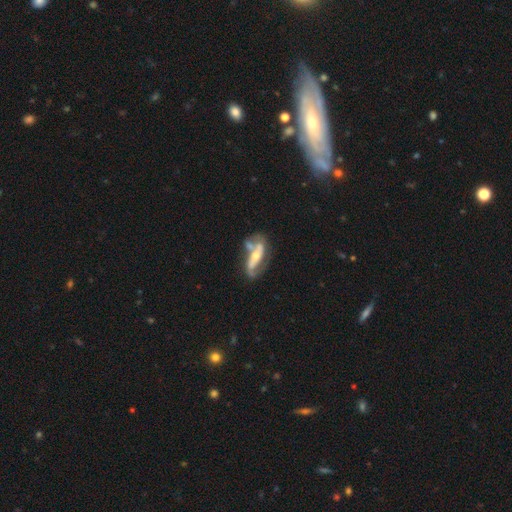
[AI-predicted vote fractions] A featured or disk galaxy (77%) with no bar (39%), 2 (81%) loose (50%) spiral arms (78%) and a moderate central bulge (56%).

Vote fractions:
- Smooth or featured? featured or disk: 77% / smooth: 18% / star or artifact: 5%
- Edge-on disk? no: 84% / yes: 16%
- Bar? no: 39% / strong: 38% / weak: 24%
- Spiral arms? yes: 78% / no: 22%
- Spiral winding? loose: 50% / medium: 33% / tight: 17%
- Spiral arm count? 2: 81% / can't tell: 10% / 1: 6% / 3: 1% / 4: 1% / more than 4: 1%
- Bulge size? moderate: 56% / small: 36% / large: 5% / none: 2% / dominant: 1%
- Merging? none: 45% / merger: 21% / minor disturbance: 20% / major disturbance: 15%